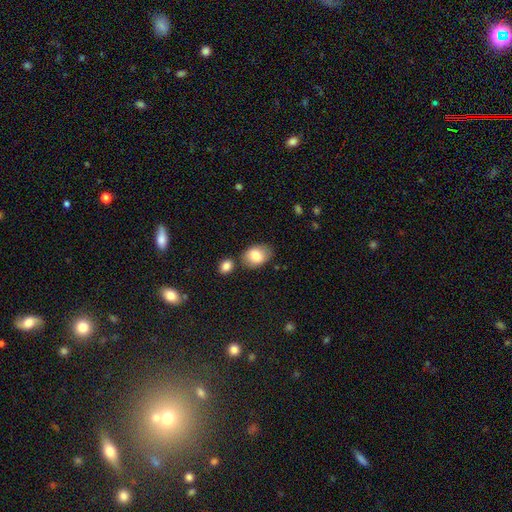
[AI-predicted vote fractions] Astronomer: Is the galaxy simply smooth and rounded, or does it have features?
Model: smooth — 82%.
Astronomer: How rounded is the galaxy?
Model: in between — 77%.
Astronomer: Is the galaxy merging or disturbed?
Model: none — 69%.